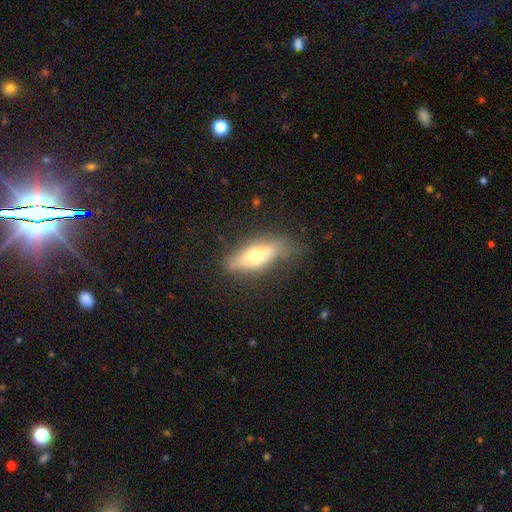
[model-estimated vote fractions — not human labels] This appears to be a smooth galaxy with no disk features (48%). Merging: none (67%).